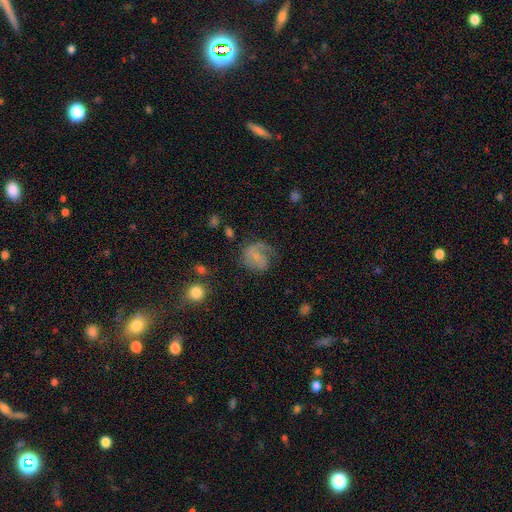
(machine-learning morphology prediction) This is possibly a featured or disk galaxy (52%). It is clearly not viewed edge-on (98%). Bar: likely no (62%). Spiral arm pattern: likely yes (77%). Central bulge: possibly small (51%). Merging: marginally none (44%).